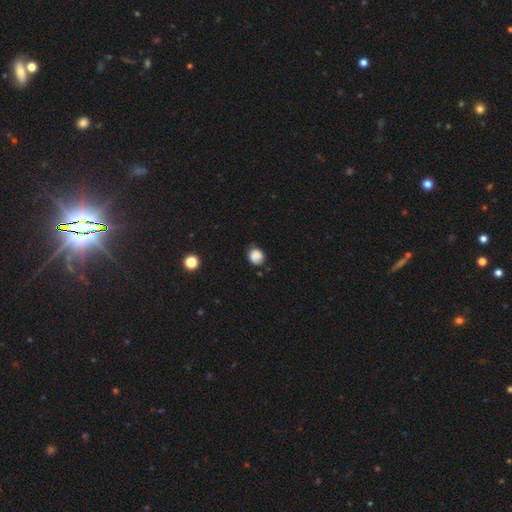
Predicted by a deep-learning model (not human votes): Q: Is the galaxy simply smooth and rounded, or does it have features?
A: smooth — 85%.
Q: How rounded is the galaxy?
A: round — 79%.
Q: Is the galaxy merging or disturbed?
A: none — 78%.